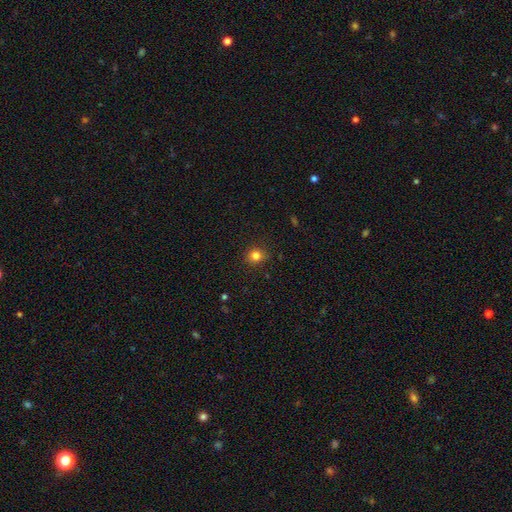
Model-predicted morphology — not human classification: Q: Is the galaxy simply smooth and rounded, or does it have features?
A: smooth — 82%.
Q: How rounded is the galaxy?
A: round — 85%.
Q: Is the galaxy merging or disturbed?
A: none — 89%.